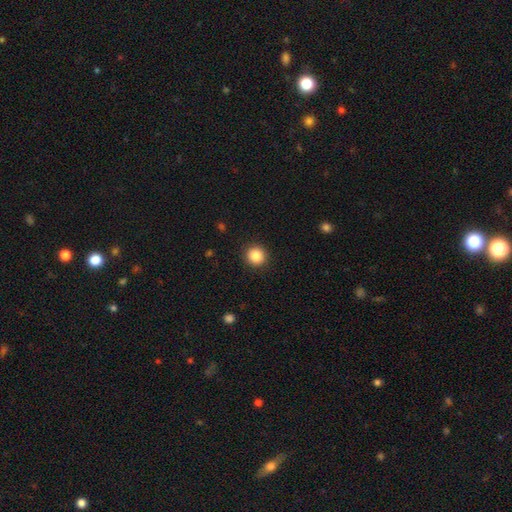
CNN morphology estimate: type=smooth (86%); roundness=round (94%); merging=none (92%).